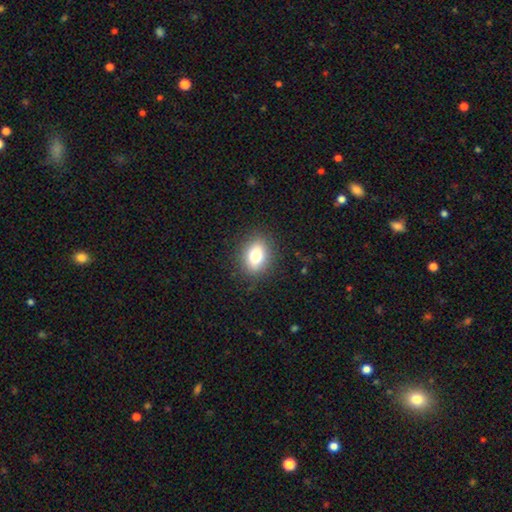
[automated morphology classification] This appears to be a smooth galaxy with no disk features (78%) that is in between round and cigar-shaped (69%). Merging: none (87%).